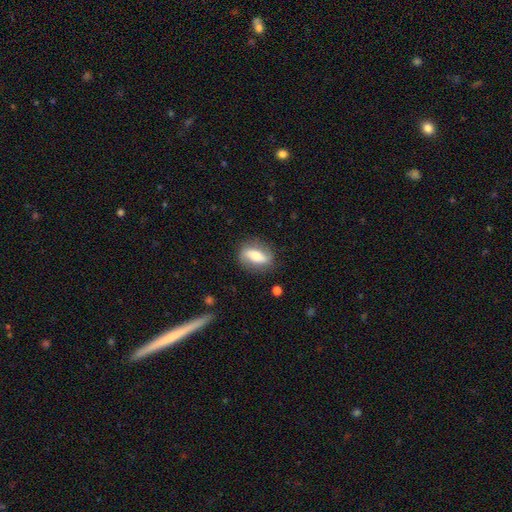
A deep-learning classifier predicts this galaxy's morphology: smooth_or_featured: smooth (p=0.48) [alt: featured or disk p=0.45]
merging: none (p=0.81) [alt: minor disturbance p=0.13]